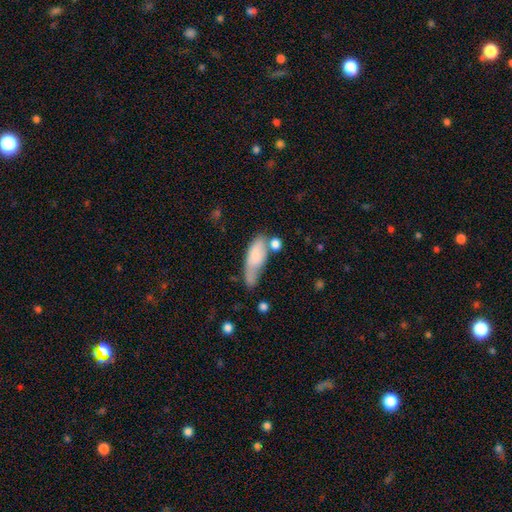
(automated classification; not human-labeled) Morphology: type=smooth (70%); roundness=in between (63%); merging=none (35%).